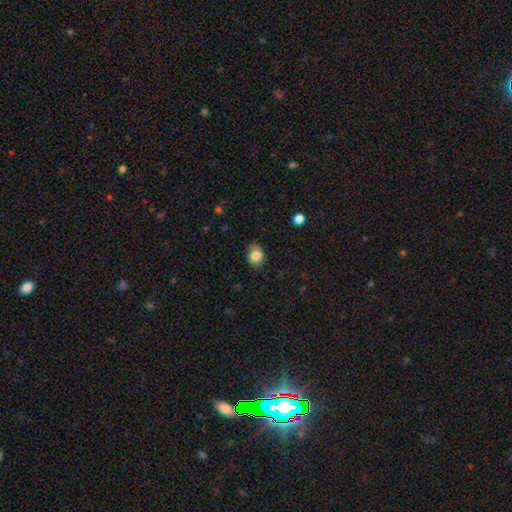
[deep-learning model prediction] Overall: smooth (83%). How rounded: in between (52%; round 47%). Merging: none (75%).